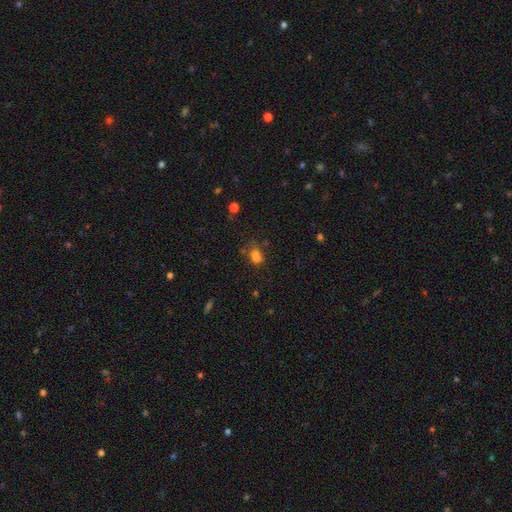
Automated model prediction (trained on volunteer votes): smooth 73%, star or artifact 16%, featured or disk 11%. Down the decision tree: how rounded — in between (72%); merging — none (44%).